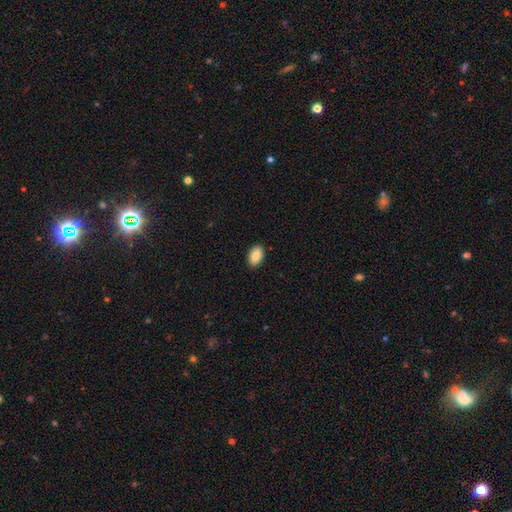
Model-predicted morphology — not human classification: smooth 85%, featured or disk 8%, star or artifact 7%. Down the decision tree: how rounded — in between (89%); merging — none (90%).